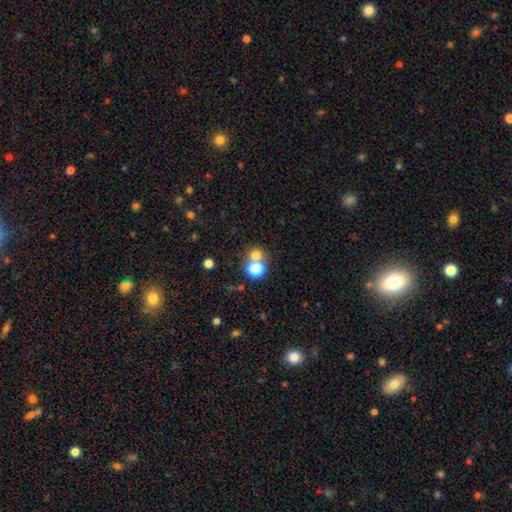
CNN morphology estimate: This is likely a smooth galaxy (69%). How rounded: clearly round (86%). Merging: possibly none (56%).